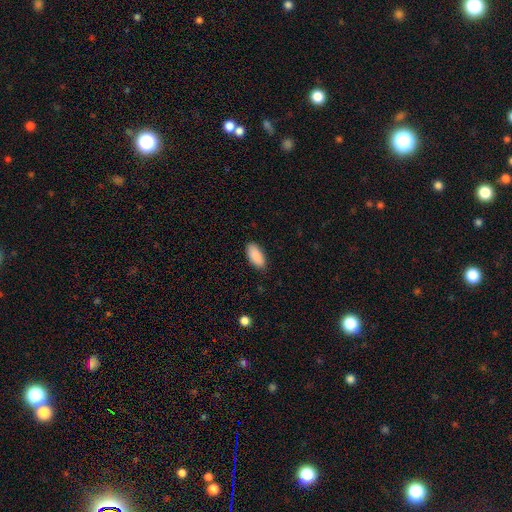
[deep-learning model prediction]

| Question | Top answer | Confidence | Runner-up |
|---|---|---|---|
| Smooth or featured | smooth | 90% | star or artifact (6%) |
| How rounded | in between | 89% | cigar-shaped (9%) |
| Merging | none | 87% | minor disturbance (10%) |